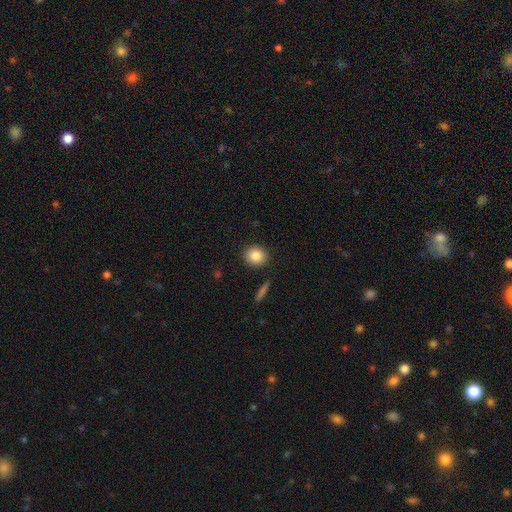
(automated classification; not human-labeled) A smooth galaxy with no disk features (86%) that is round (77%). Merging: none (89%).